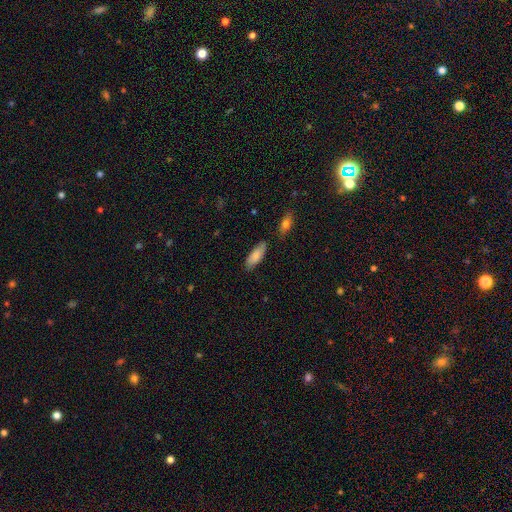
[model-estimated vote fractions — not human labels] smooth 84%, featured or disk 10%, star or artifact 6%. Down the decision tree: how rounded — in between (70%); merging — none (80%).